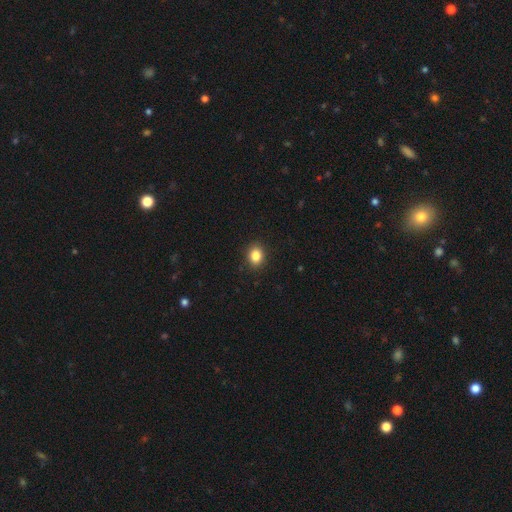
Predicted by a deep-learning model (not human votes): Smooth or featured? smooth (85%)
How rounded? round (59%)
Merging? none (90%)